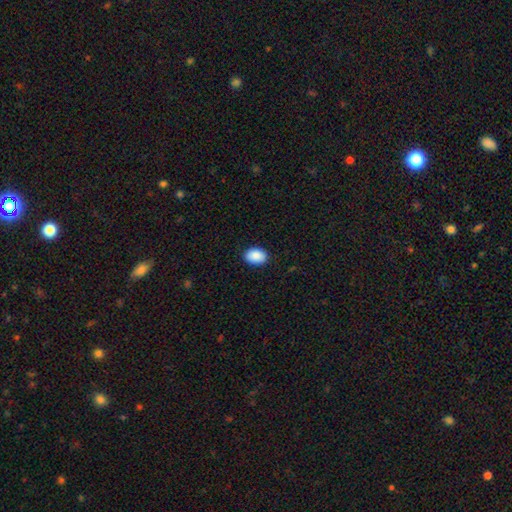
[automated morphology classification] This appears to be a smooth galaxy with no disk features (90%) that is in between round and cigar-shaped (80%). Merging: none (90%).